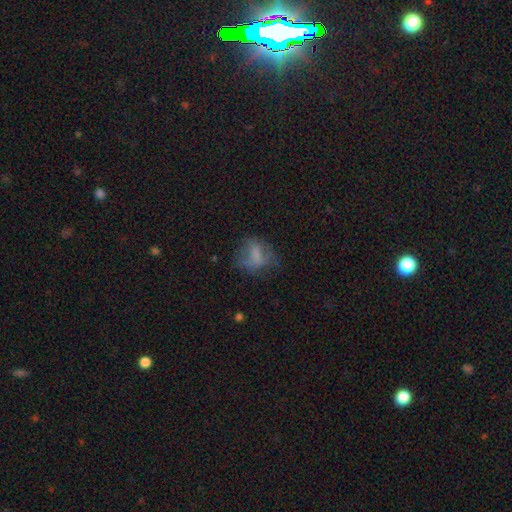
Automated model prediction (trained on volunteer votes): The model was most divided on "how rounded": in between: 56%, round: 42%, cigar-shaped: 3%. Remaining: smooth or featured — smooth (57%); merging — none (45%).